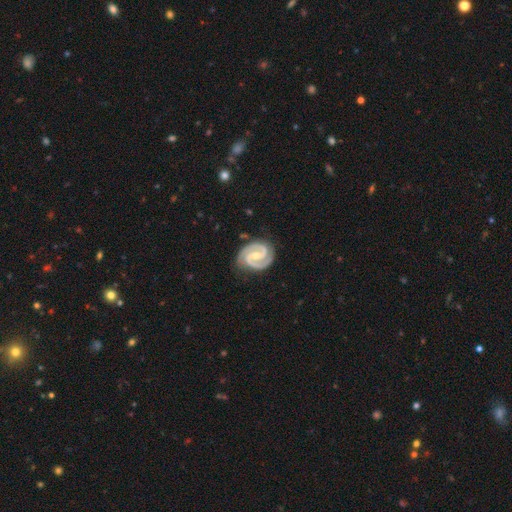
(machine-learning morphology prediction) Q: Smooth or featured?
A: featured or disk (94%); runner-up: star or artifact (3%)
Q: Edge-on disk?
A: no (98%); runner-up: yes (2%)
Q: Bar?
A: weak (41%); runner-up: no (34%)
Q: Spiral arms?
A: yes (99%); runner-up: no (1%)
Q: Spiral winding?
A: tight (57%); runner-up: medium (39%)
Q: Spiral arm count?
A: 2 (93%); runner-up: 3 (2%)
Q: Bulge size?
A: small (53%); runner-up: moderate (43%)
Q: Merging?
A: none (84%); runner-up: minor disturbance (13%)